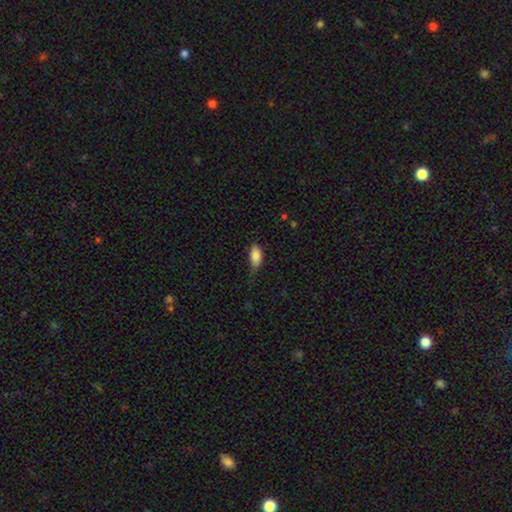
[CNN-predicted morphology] smooth 84%, featured or disk 8%, star or artifact 7%. Down the decision tree: how rounded — in between (89%); merging — none (58%).